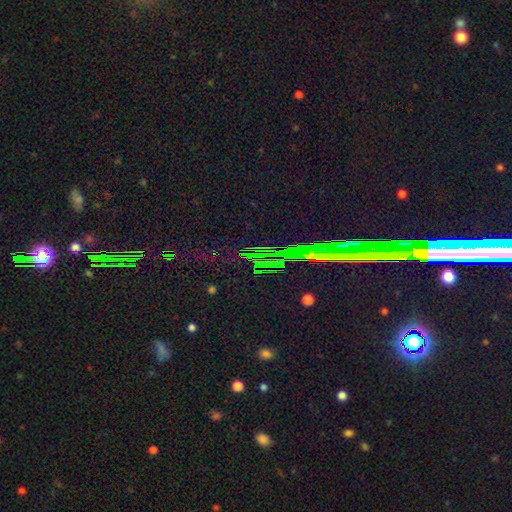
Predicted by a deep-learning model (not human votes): smooth-or-featured: star or artifact: 80% | featured or disk: 10% | smooth: 10%